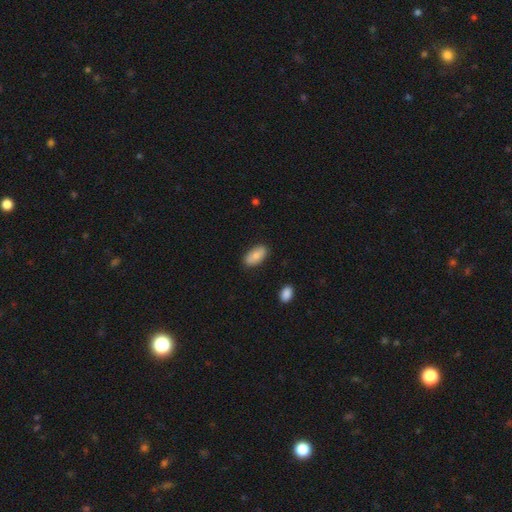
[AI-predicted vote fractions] Morphology: type=smooth (82%); roundness=in between (93%); merging=none (85%).